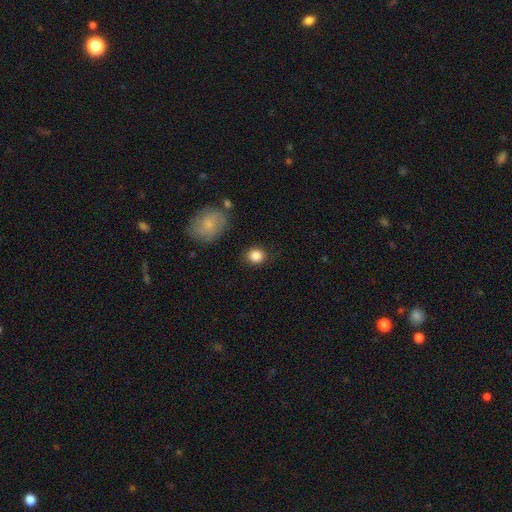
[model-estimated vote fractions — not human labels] Overall: smooth (85%). How rounded: round (76%). Merging: none (85%).